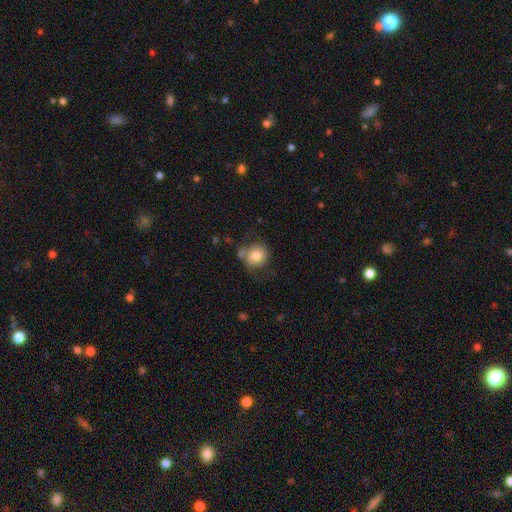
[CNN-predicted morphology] This is likely a smooth galaxy (77%). How rounded: clearly round (83%). Merging: likely none (61%).